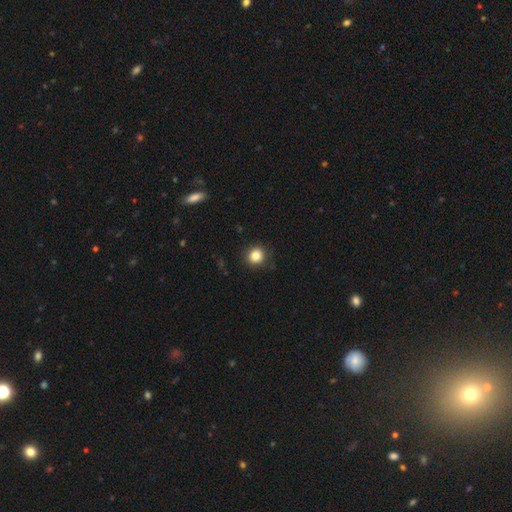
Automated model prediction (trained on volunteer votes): smooth_or_featured: smooth (p=0.83) [alt: star or artifact p=0.11]
how_rounded: round (p=0.90) [alt: in between p=0.09]
merging: none (p=0.90) [alt: minor disturbance p=0.07]